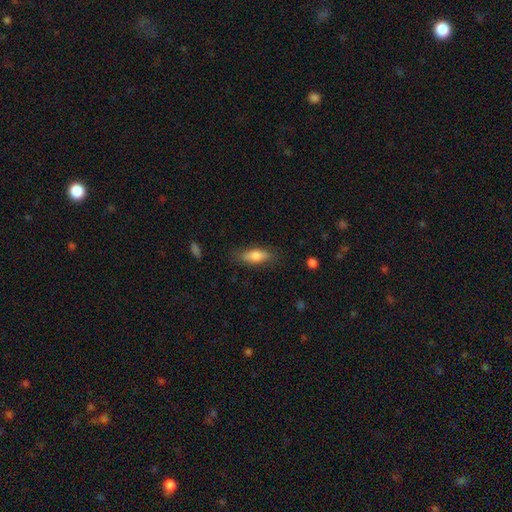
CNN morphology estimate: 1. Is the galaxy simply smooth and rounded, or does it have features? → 73% smooth, 20% featured or disk, 7% star or artifact.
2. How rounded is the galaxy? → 67% in between, 30% cigar-shaped, 3% round.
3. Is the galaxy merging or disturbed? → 81% none, 15% minor disturbance, 4% major disturbance, 1% merger.